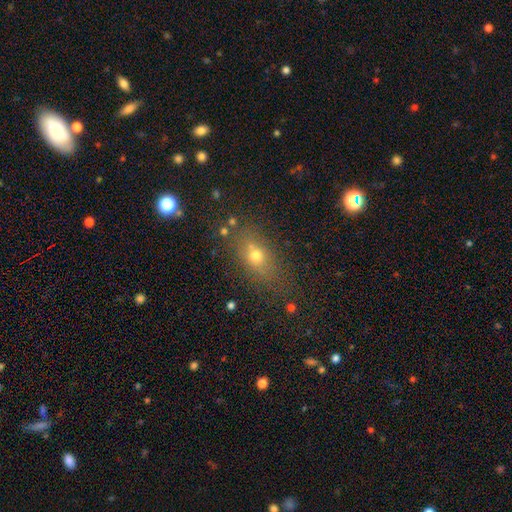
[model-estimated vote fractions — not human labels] A smooth galaxy with no disk features (64%) that is in between round and cigar-shaped (64%).

Vote fractions:
- Smooth or featured? smooth: 64% / featured or disk: 18% / star or artifact: 18%
- How rounded? in between: 64% / round: 25% / cigar-shaped: 11%
- Merging? none: 72% / minor disturbance: 15% / major disturbance: 7% / merger: 6%